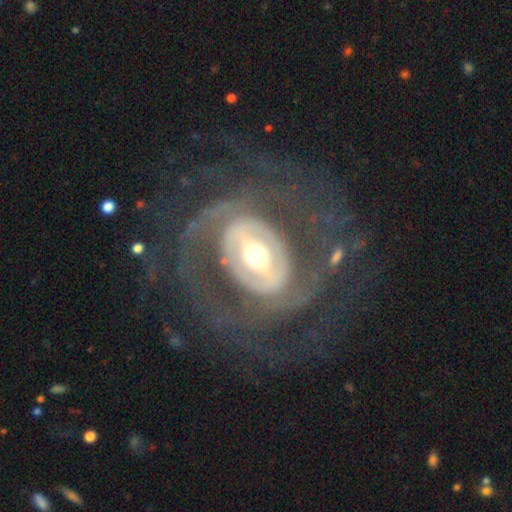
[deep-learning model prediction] A featured or disk galaxy (87%) with a strong bar (50%), 2 (45%) tight (48%) spiral arms (84%) and a moderate central bulge (61%). Merging: none (67%).